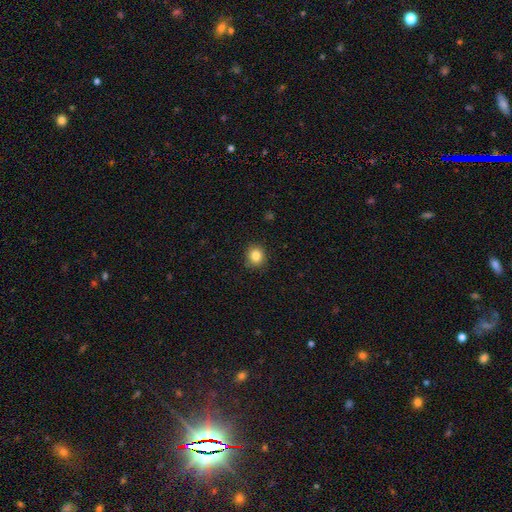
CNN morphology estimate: Smooth or featured? Predicted: smooth (p=0.84). How rounded? Predicted: round (p=0.86). Merging? Predicted: none (p=0.89).